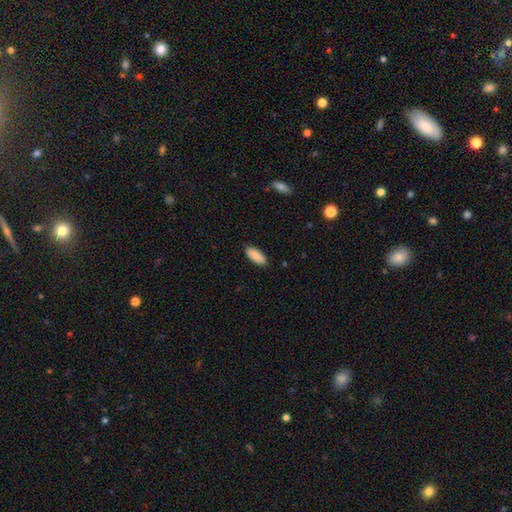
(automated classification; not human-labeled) Q: Smooth or featured?
A: smooth (89%); runner-up: star or artifact (6%)
Q: How rounded?
A: in between (78%); runner-up: cigar-shaped (21%)
Q: Merging?
A: none (88%); runner-up: minor disturbance (9%)